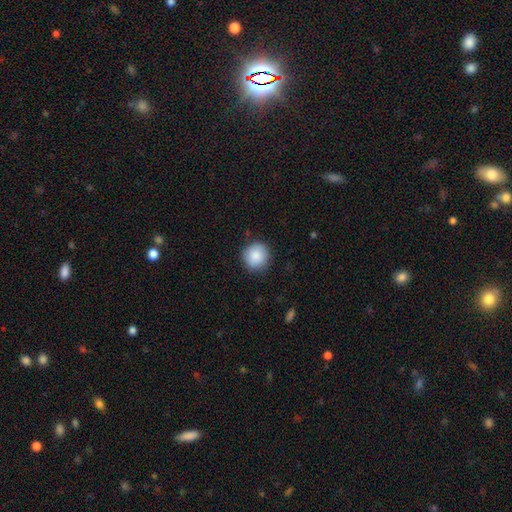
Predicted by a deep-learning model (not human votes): smooth_or_featured: smooth (p=0.87) [alt: star or artifact p=0.08]
how_rounded: round (p=0.93) [alt: in between p=0.06]
merging: none (p=0.88) [alt: minor disturbance p=0.08]